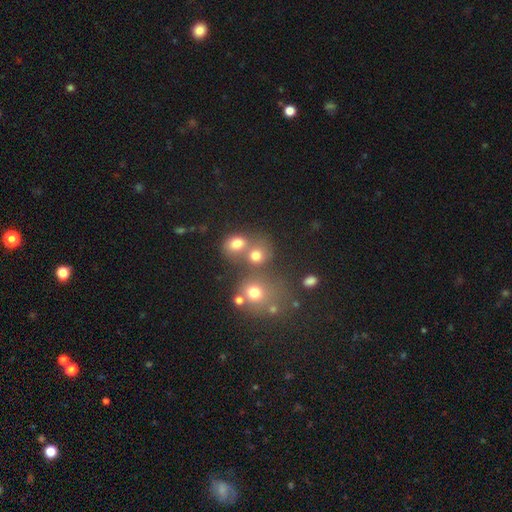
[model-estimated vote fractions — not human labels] A smooth galaxy with no disk features (72%) that is round (73%). Merging: none (48%).